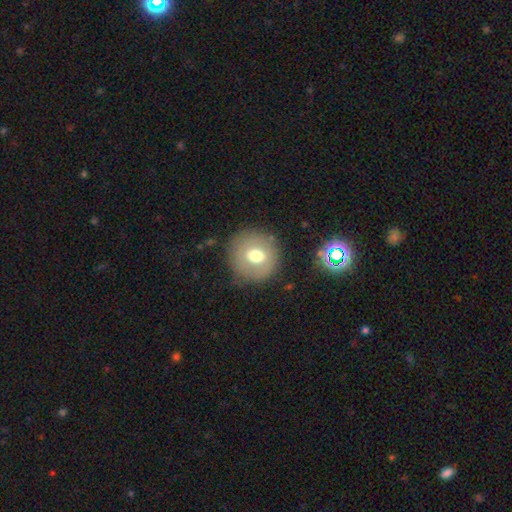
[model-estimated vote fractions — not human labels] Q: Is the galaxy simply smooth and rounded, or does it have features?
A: smooth — 65%.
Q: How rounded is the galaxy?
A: round — 92%.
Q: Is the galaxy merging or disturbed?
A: none — 82%.